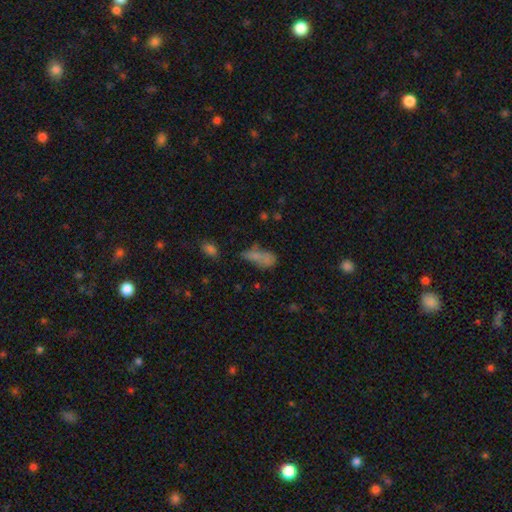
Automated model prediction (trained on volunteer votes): This appears to be a smooth galaxy with no disk features (69%) that is in between round and cigar-shaped (71%). Merging: none (36%).